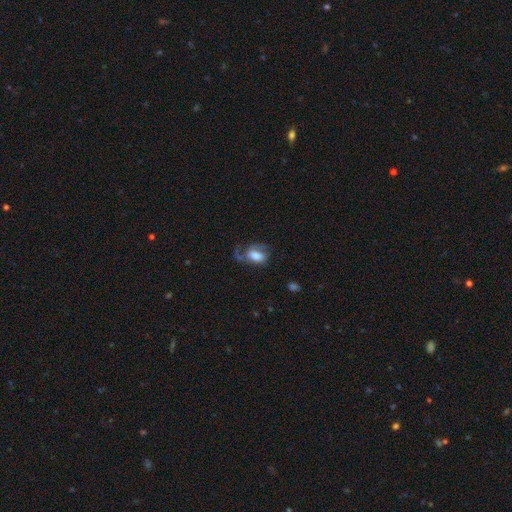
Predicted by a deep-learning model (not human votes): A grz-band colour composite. It shows a featured or disk galaxy (46%, tied with smooth). Merging: major disturbance (37%).